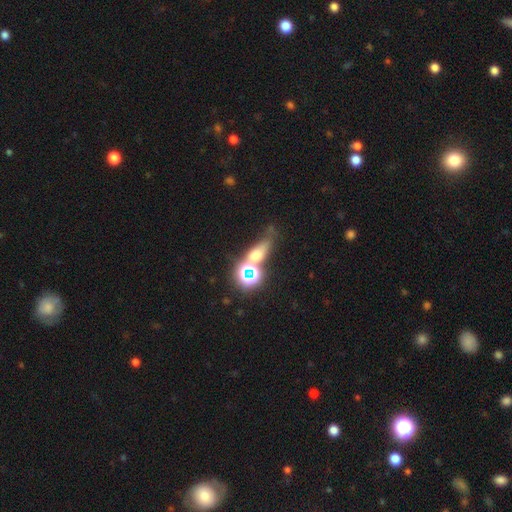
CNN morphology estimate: Smooth or featured? Predicted: smooth (p=0.50). How rounded? Predicted: in between (p=0.44). Merging? Predicted: none (p=0.46).